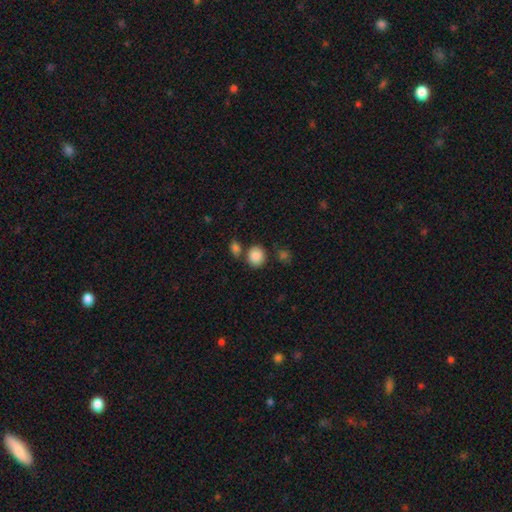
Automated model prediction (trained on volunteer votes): Smooth or featured: smooth — 87% (star or artifact — 9%)
How rounded: round — 75% (in between — 24%)
Merging: none — 69% (merger — 16%)